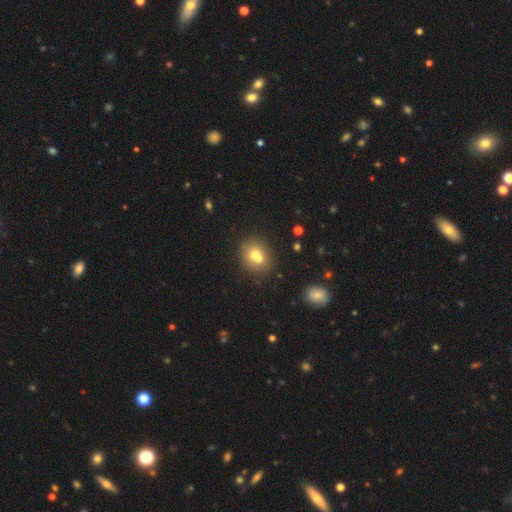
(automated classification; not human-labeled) The model was most divided on "merging": none: 46%, merger: 41%, minor disturbance: 10%, major disturbance: 3%. More confident: smooth or featured — smooth (69%); how rounded — round (64%).